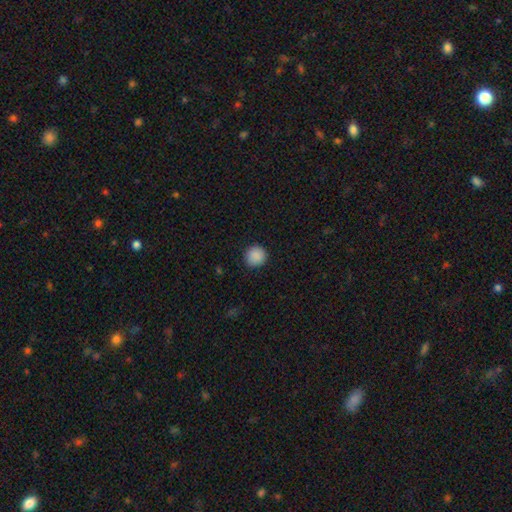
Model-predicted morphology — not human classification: A smooth galaxy with no disk features (89%) that is round (94%).

Vote fractions:
- Smooth or featured? smooth: 89% / star or artifact: 8% / featured or disk: 2%
- How rounded? round: 94% / in between: 5% / cigar-shaped: 1%
- Merging? none: 91% / minor disturbance: 6% / major disturbance: 2% / merger: 1%